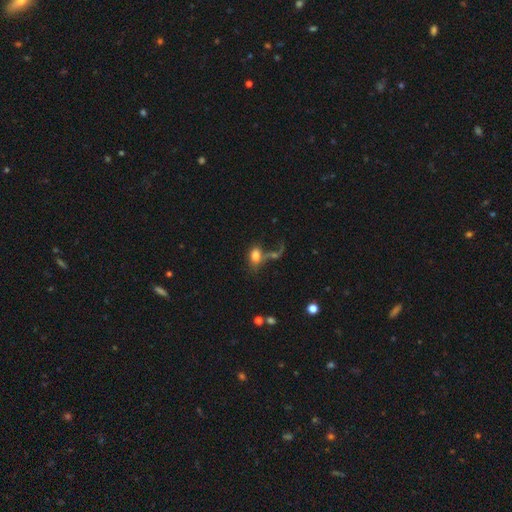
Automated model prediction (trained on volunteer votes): A smooth galaxy with no disk features (74%) that is in between round and cigar-shaped (83%).

Vote fractions:
- Smooth or featured? smooth: 74% / featured or disk: 14% / star or artifact: 11%
- How rounded? in between: 83% / round: 14% / cigar-shaped: 3%
- Merging? merger: 36% / none: 30% / major disturbance: 22% / minor disturbance: 13%